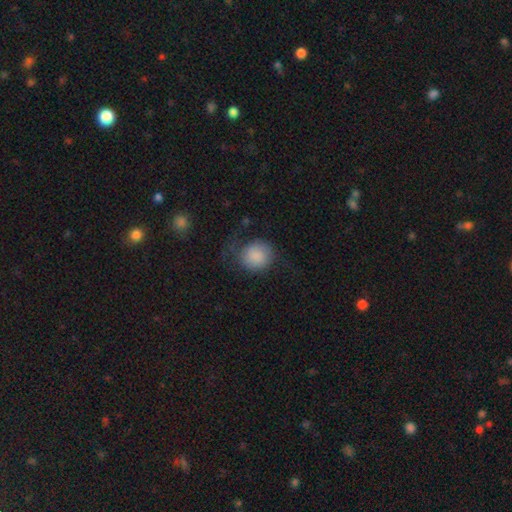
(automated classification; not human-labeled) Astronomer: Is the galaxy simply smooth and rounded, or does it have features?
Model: smooth — 76%.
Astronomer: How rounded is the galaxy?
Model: round — 84%.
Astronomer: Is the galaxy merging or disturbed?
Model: none — 54%.